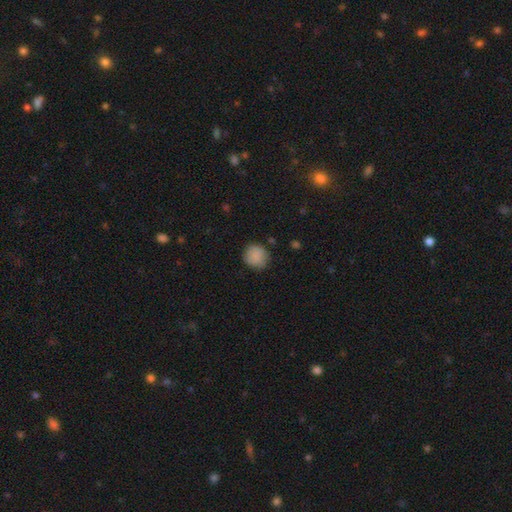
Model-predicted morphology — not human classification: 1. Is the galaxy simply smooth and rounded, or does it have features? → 85% smooth, 8% star or artifact, 7% featured or disk.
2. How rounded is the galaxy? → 86% round, 13% in between, 1% cigar-shaped.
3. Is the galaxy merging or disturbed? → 76% none, 18% minor disturbance, 4% major disturbance, 1% merger.